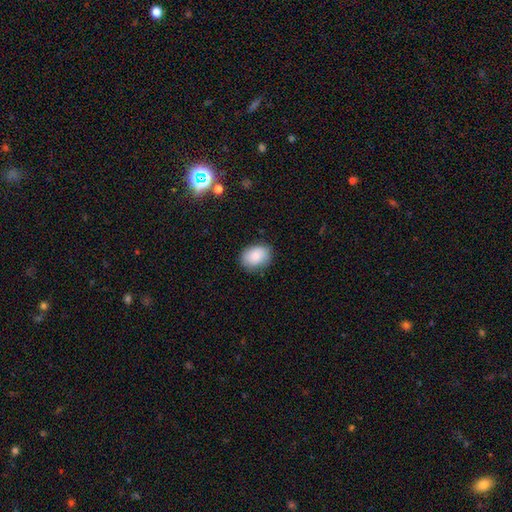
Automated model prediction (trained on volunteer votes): This appears to be a smooth galaxy with no disk features (86%) that is in between round and cigar-shaped (63%). Merging: none (81%).